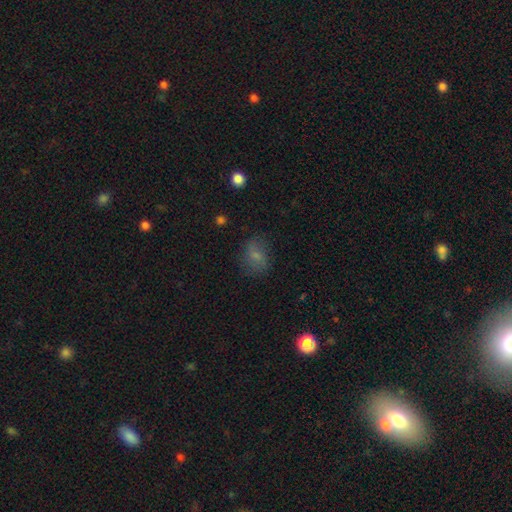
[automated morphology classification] Q: Smooth or featured?
A: smooth (69%); runner-up: featured or disk (18%)
Q: How rounded?
A: in between (58%); runner-up: round (40%)
Q: Merging?
A: none (71%); runner-up: minor disturbance (19%)